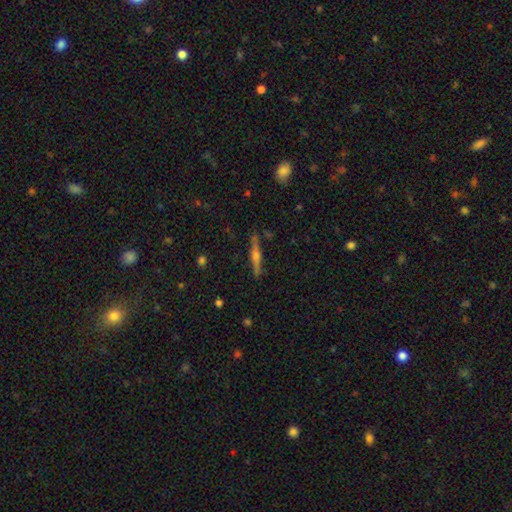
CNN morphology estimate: Smooth or featured?
  - featured or disk: 75% *
  - smooth: 18%
  - star or artifact: 7%
Edge-on disk?
  - yes: 98% *
  - no: 2%
Edge-on bulge?
  - rounded: 89% *
  - boxy: 7%
  - none: 5%
Merging?
  - none: 89% *
  - minor disturbance: 8%
  - major disturbance: 2%
  - merger: 1%